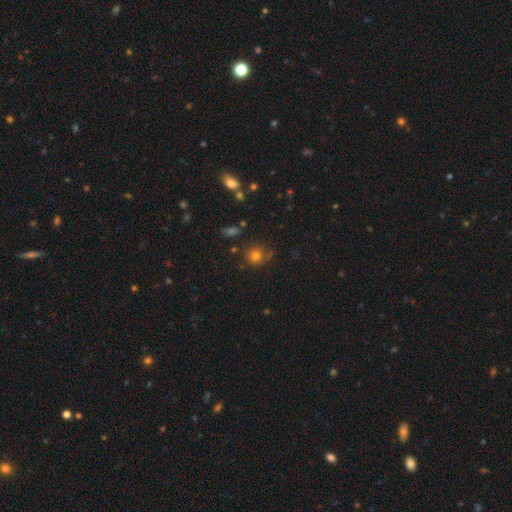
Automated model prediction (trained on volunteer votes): A smooth galaxy with no disk features (74%) that is round (86%).

Vote fractions:
- Smooth or featured? smooth: 74% / star or artifact: 16% / featured or disk: 10%
- How rounded? round: 86% / in between: 13% / cigar-shaped: 1%
- Merging? none: 70% / minor disturbance: 18% / major disturbance: 8% / merger: 4%